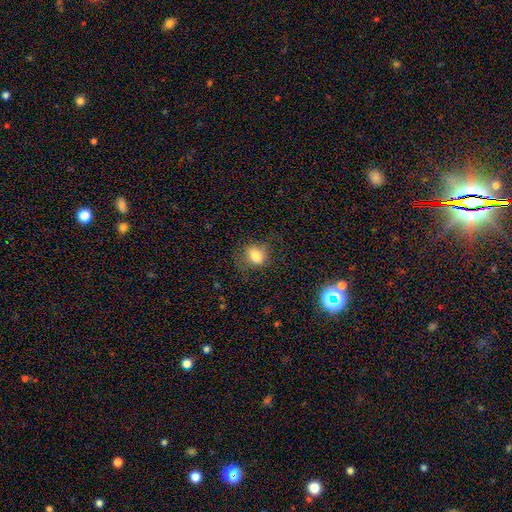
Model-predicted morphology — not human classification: smooth-or-featured: smooth: 79% | star or artifact: 11% | featured or disk: 10%
  how-rounded: round: 56% | in between: 43% | cigar-shaped: 1%
  merging: none: 70% | minor disturbance: 19% | major disturbance: 10% | merger: 1%